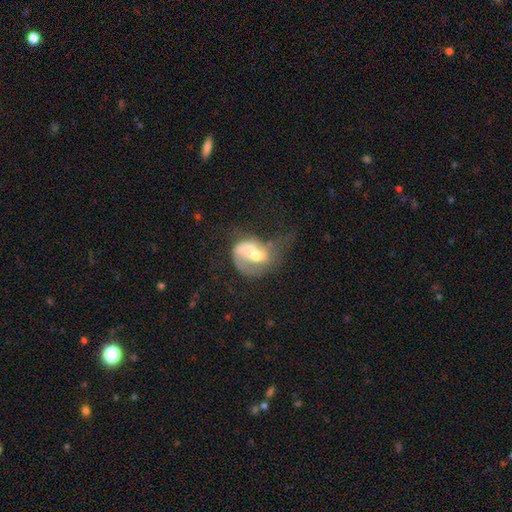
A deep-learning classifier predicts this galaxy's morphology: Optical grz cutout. It shows a featured or disk galaxy (60%) with no bar (62%), spiral arms (60%) and a moderate central bulge (52%). Merging: major disturbance (42%).